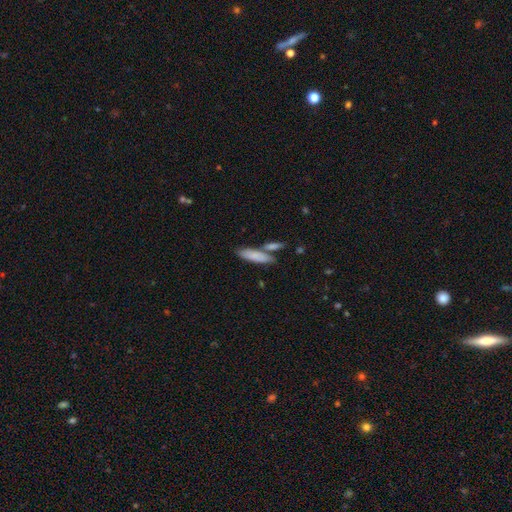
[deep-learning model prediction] A smooth galaxy with no disk features (79%) that is cigar-shaped (60%).

Vote fractions:
- Smooth or featured? smooth: 79% / featured or disk: 14% / star or artifact: 6%
- How rounded? cigar-shaped: 60% / in between: 37% / round: 2%
- Merging? none: 61% / merger: 23% / minor disturbance: 13% / major disturbance: 4%